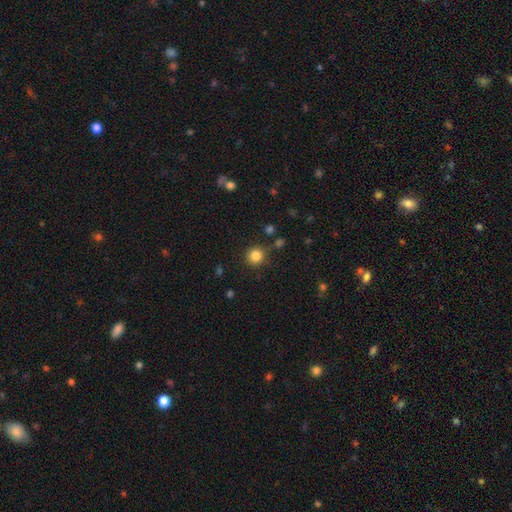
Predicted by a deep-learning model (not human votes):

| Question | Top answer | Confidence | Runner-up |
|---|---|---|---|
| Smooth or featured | smooth | 84% | star or artifact (12%) |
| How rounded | round | 91% | in between (8%) |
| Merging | none | 83% | minor disturbance (10%) |